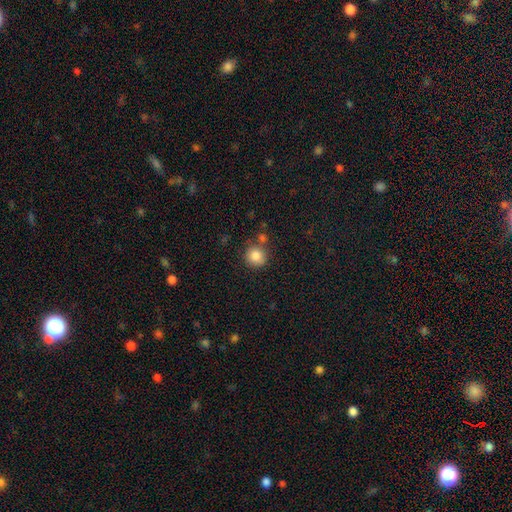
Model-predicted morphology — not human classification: Smooth or featured?
  - smooth: 84% *
  - star or artifact: 10%
  - featured or disk: 6%
How rounded?
  - round: 90% *
  - in between: 9%
  - cigar-shaped: 1%
Merging?
  - none: 73% *
  - merger: 12%
  - minor disturbance: 12%
  - major disturbance: 3%